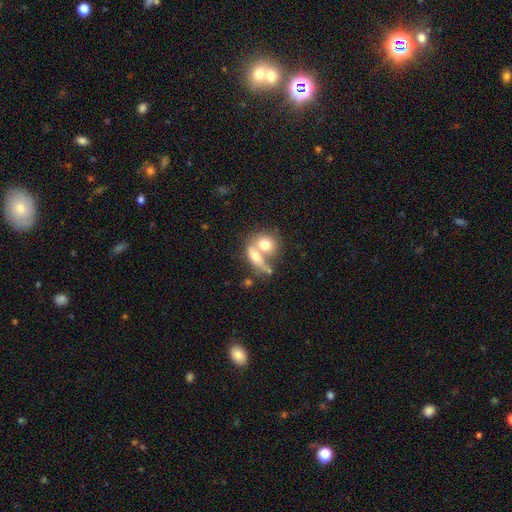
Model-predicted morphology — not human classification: smooth_or_featured: smooth (p=0.55) [alt: featured or disk p=0.34]
how_rounded: in between (p=0.49) [alt: round p=0.40]
merging: merger (p=0.65) [alt: none p=0.23]